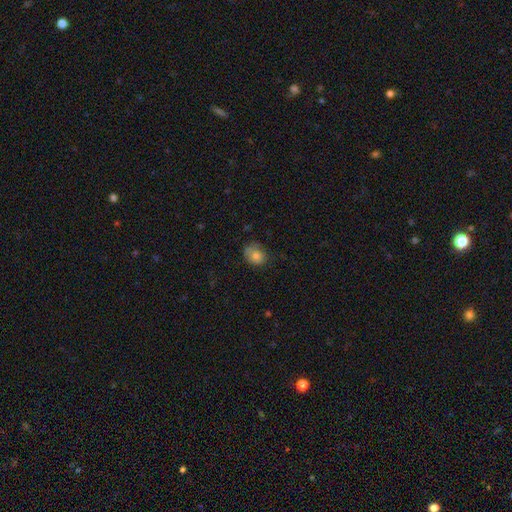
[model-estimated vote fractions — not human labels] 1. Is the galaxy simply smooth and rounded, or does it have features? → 77% smooth, 14% featured or disk, 10% star or artifact.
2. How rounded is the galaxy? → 54% round, 45% in between, 1% cigar-shaped.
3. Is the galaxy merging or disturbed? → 57% none, 29% minor disturbance, 11% major disturbance, 3% merger.